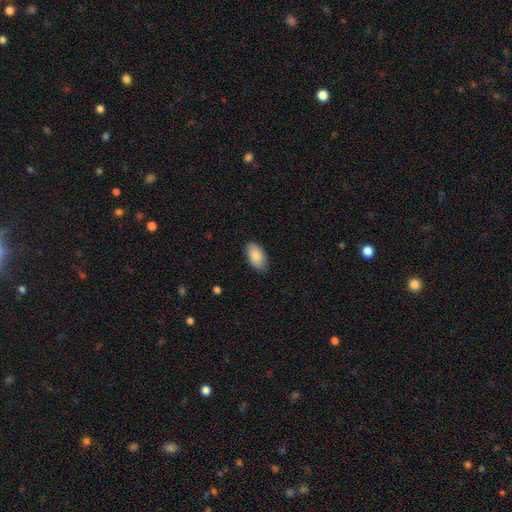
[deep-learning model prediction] A smooth galaxy with no disk features (86%) that is in between round and cigar-shaped (95%). Merging: none (85%).